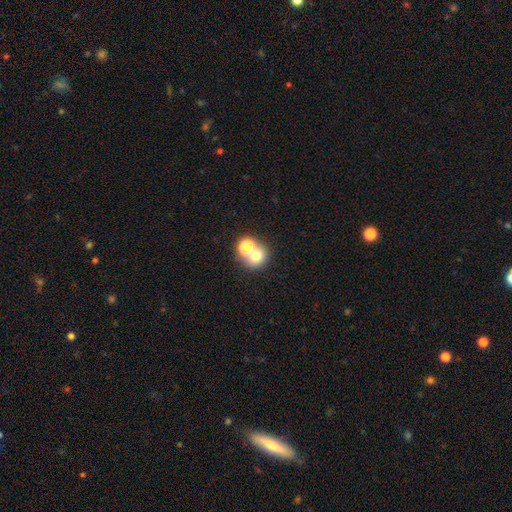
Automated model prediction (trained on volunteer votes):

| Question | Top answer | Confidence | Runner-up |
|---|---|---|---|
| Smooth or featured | smooth | 69% | star or artifact (17%) |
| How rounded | round | 76% | in between (23%) |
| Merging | merger | 46% | none (44%) |